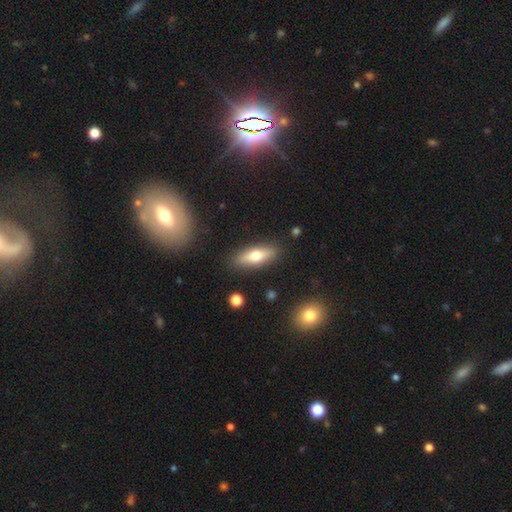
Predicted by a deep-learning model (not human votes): smooth 63%, featured or disk 30%, star or artifact 6%. Down the decision tree: how rounded — in between (56%); merging — none (87%).